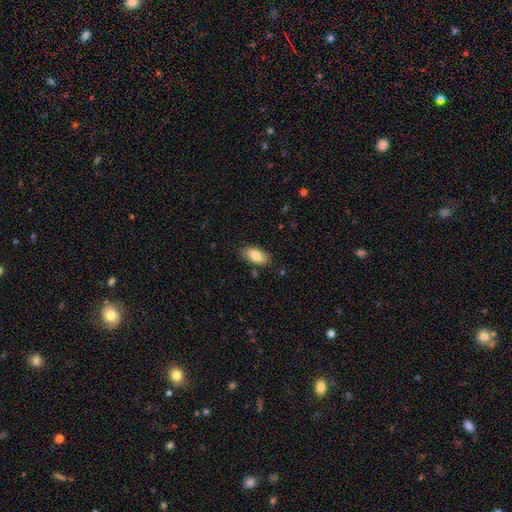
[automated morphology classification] This appears to be a smooth galaxy with no disk features (83%) that is in between round and cigar-shaped (92%). Merging: none (83%).